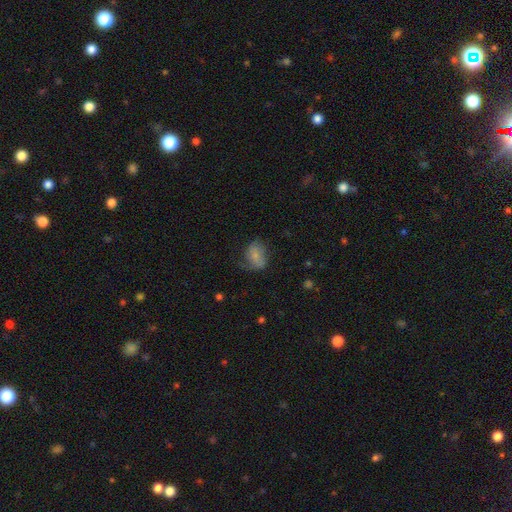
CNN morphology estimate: A smooth galaxy with no disk features (62%) that is in between round and cigar-shaped (71%). Merging: none (42%).